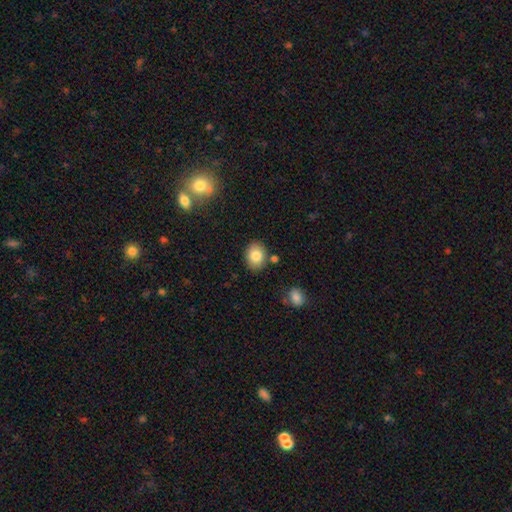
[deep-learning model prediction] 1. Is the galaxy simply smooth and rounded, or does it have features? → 83% smooth, 9% featured or disk, 8% star or artifact.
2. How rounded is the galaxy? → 63% in between, 36% round, 1% cigar-shaped.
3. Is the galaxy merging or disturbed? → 83% none, 10% minor disturbance, 4% merger, 2% major disturbance.